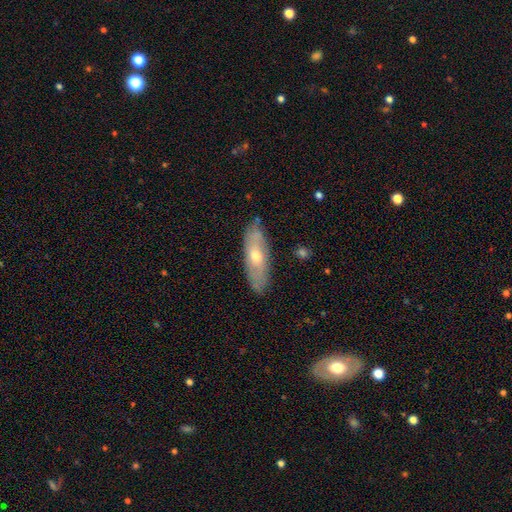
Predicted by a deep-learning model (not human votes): Q: Smooth or featured?
A: featured or disk (54%); runner-up: smooth (37%)
Q: Edge-on disk?
A: no (62%); runner-up: yes (38%)
Q: Merging?
A: none (84%); runner-up: minor disturbance (12%)